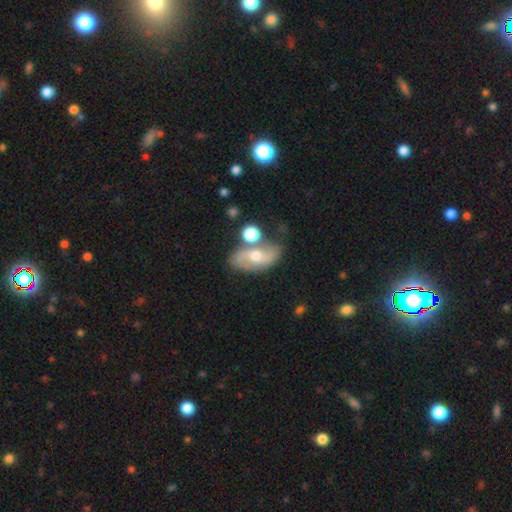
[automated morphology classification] Overall: featured or disk (66%). Edge-on disk: no (94%). Bar: no (52%; weak 35%). Spiral arms: yes (81%). Spiral arm count: 2 (88%). Spiral winding: loose (51%; medium 36%). Bulge size: moderate (68%). Merging: none (61%).